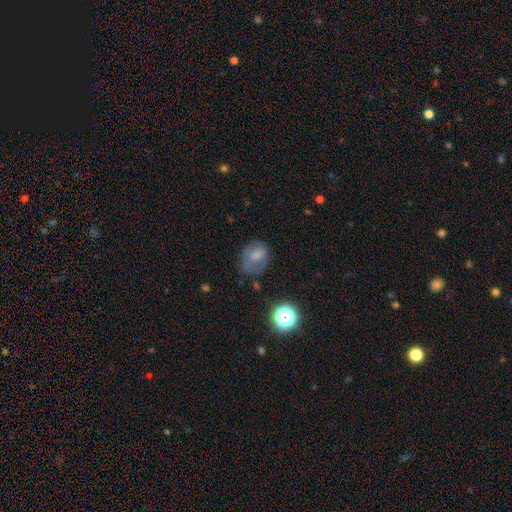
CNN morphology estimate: Overall: smooth (63%; featured or disk 23%). How rounded: in between (61%; round 37%). Merging: none (47%; minor disturbance 29%).